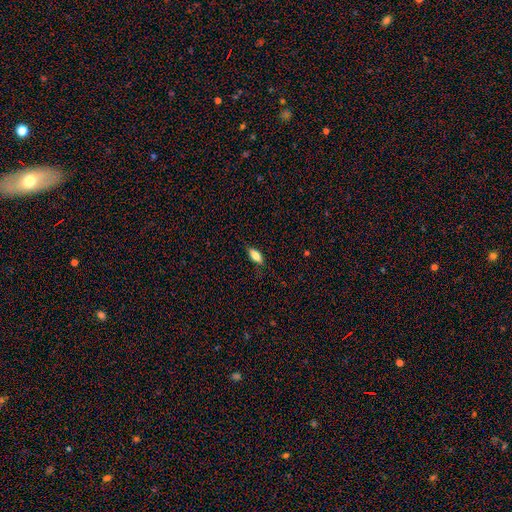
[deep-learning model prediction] smooth 74%, featured or disk 18%, star or artifact 8%. Down the decision tree: how rounded — in between (79%); merging — none (79%).